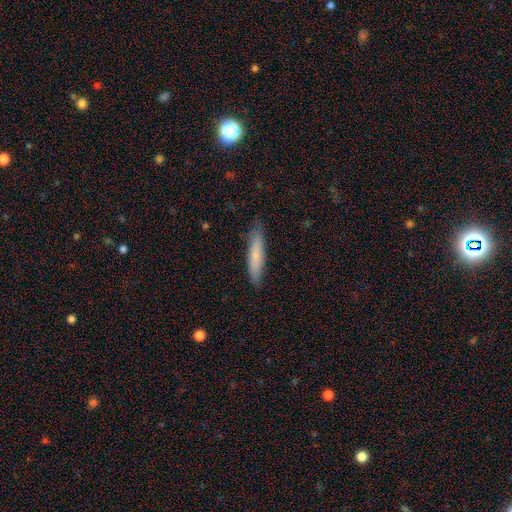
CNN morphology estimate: A smooth galaxy with no disk features (73%) that is cigar-shaped (87%).

Vote fractions:
- Smooth or featured? smooth: 73% / featured or disk: 21% / star or artifact: 6%
- How rounded? cigar-shaped: 87% / in between: 12% / round: 1%
- Merging? none: 84% / minor disturbance: 13% / major disturbance: 2% / merger: 1%